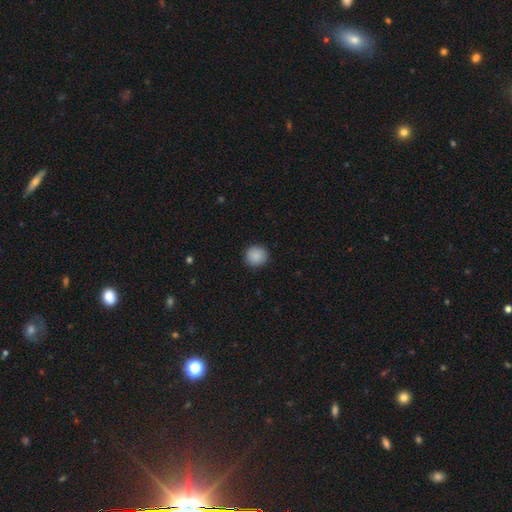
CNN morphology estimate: Overall: smooth (88%). How rounded: round (93%). Merging: none (91%).